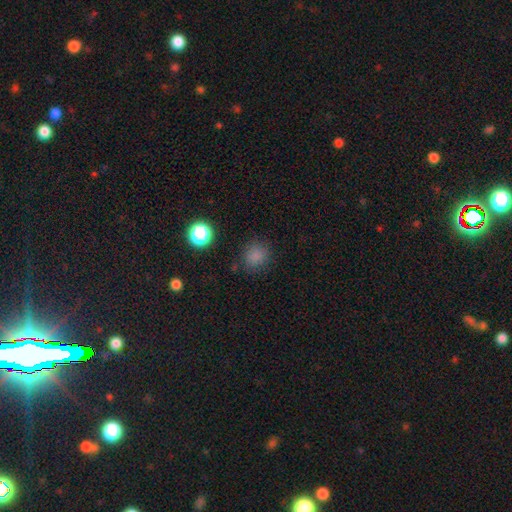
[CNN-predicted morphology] smooth-or-featured: smooth: 80% | star or artifact: 16% | featured or disk: 4%
  how-rounded: round: 80% | in between: 19% | cigar-shaped: 1%
  merging: none: 81% | minor disturbance: 13% | major disturbance: 4% | merger: 2%